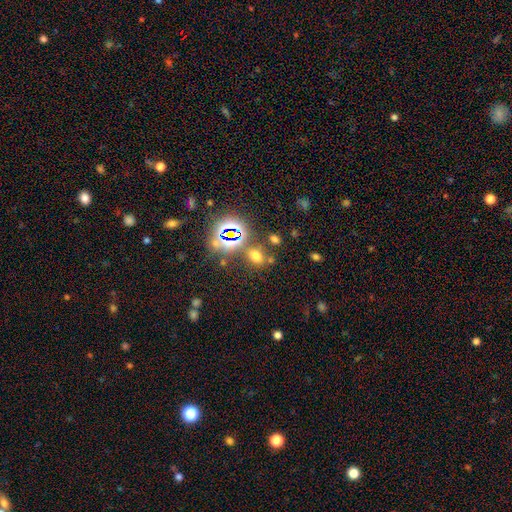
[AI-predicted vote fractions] The model was most divided on "smooth or featured": smooth: 56%, star or artifact: 37%, featured or disk: 8%. More confident: merging — none (72%); how rounded — in between (60%).